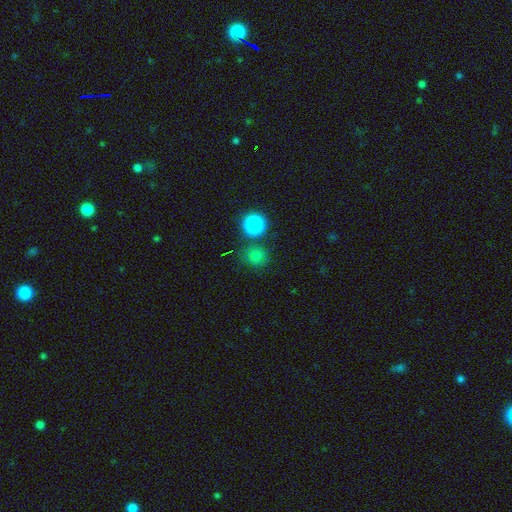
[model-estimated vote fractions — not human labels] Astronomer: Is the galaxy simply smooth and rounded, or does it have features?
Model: smooth — 67%.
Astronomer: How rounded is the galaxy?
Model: round — 87%.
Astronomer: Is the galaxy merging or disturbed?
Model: none — 76%.